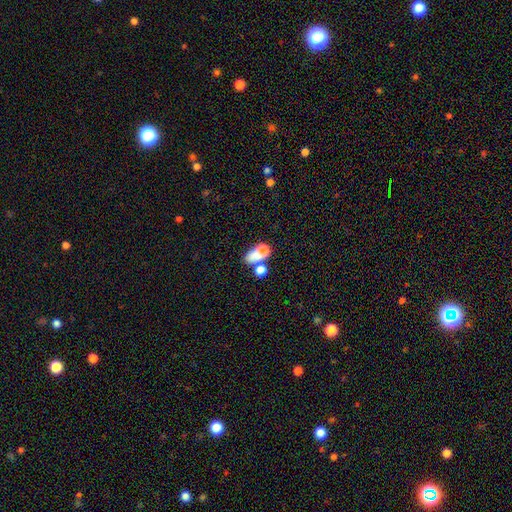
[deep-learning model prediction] Overall: smooth (68%). How rounded: in between (71%). Merging: merger (47%; none 30%).